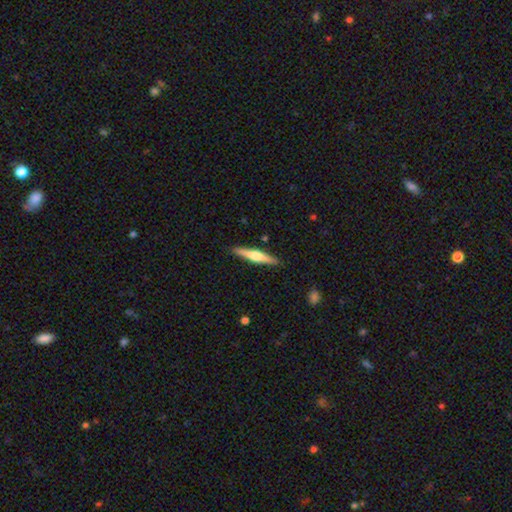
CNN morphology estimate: A featured or disk galaxy (59%) viewed edge-on (97%) with a rounded central bulge (85%).

Vote fractions:
- Smooth or featured? featured or disk: 59% / smooth: 36% / star or artifact: 5%
- Edge-on disk? yes: 97% / no: 3%
- Edge-on bulge? rounded: 85% / boxy: 9% / none: 6%
- Merging? none: 90% / minor disturbance: 7% / major disturbance: 1% / merger: 1%